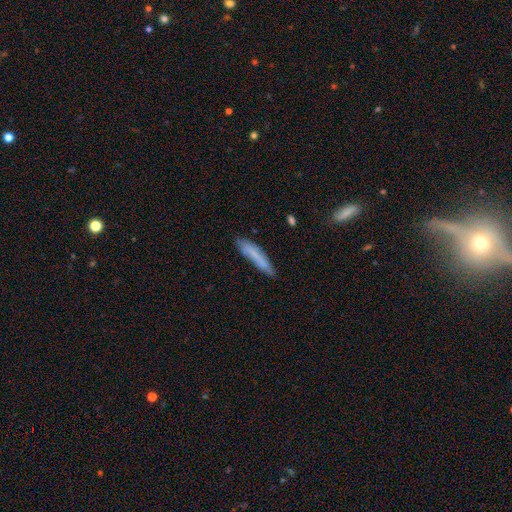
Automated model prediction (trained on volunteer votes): Morphology: type=smooth (70%); roundness=cigar-shaped (87%); merging=none (72%).